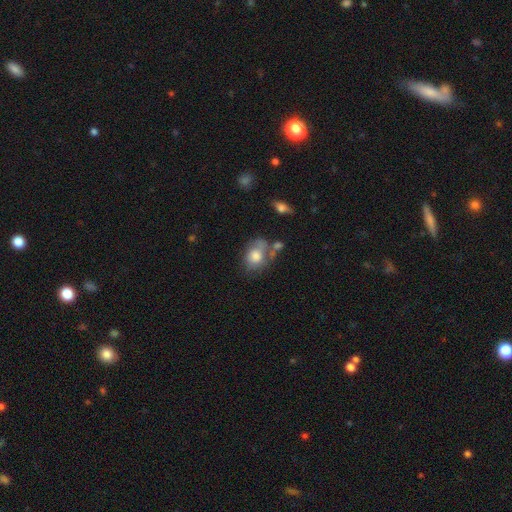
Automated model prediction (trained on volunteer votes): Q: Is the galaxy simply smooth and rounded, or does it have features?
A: smooth — 69%.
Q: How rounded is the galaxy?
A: in between — 58%.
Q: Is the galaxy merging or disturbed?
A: none — 43%.